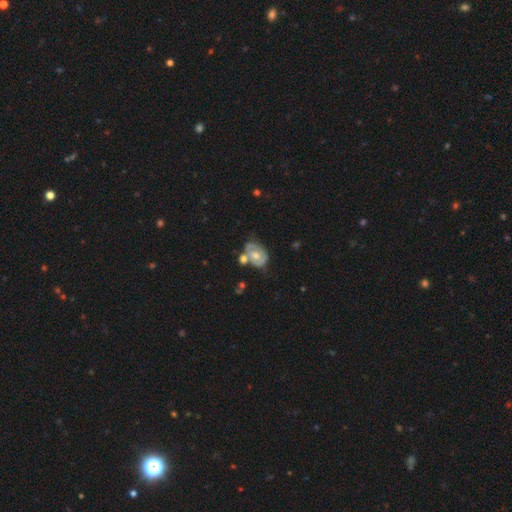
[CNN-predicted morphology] smooth-or-featured: featured or disk: 54% | smooth: 39% | star or artifact: 7%
  disk-edge-on: no: 96% | yes: 4%
    bar: no: 75% | weak: 21% | strong: 5%
    has-spiral-arms: yes: 51% | no: 49%
    bulge-size: moderate: 67% | small: 21% | large: 8% | none: 3% | dominant: 1%
  merging: none: 39% | merger: 27% | minor disturbance: 23% | major disturbance: 11%